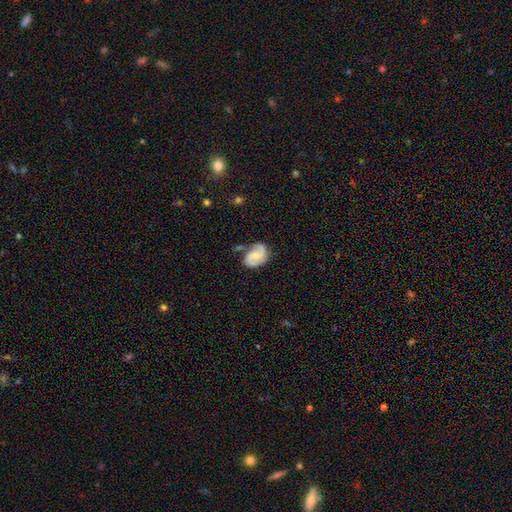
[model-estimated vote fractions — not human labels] Overall: featured or disk (73%). Edge-on disk: no (98%). Bar: no (49%; weak 42%). Spiral arms: yes (94%). Spiral arm count: 2 (85%). Spiral winding: medium (49%; tight 29%). Bulge size: small (44%; moderate 39%). Merging: none (61%; minor disturbance 24%).